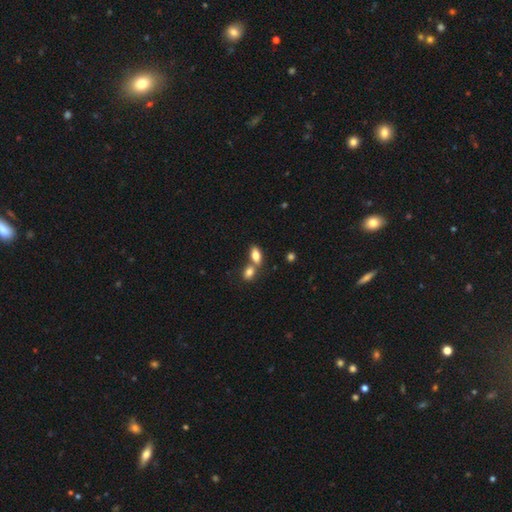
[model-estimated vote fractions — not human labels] Smooth or featured? Predicted: smooth (p=0.81). How rounded? Predicted: in between (p=0.86). Merging? Predicted: merger (p=0.48).